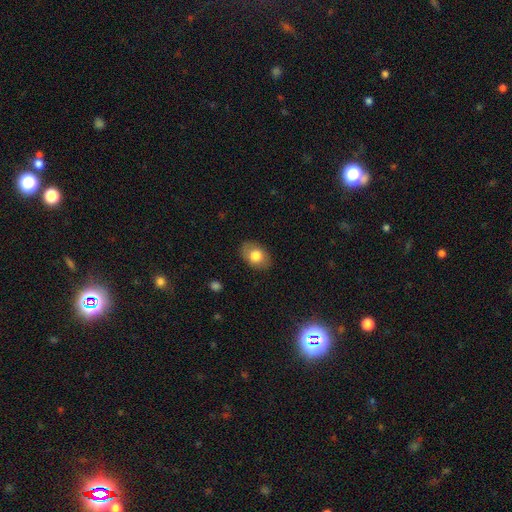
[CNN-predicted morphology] smooth 76%, featured or disk 16%, star or artifact 7%. Down the decision tree: how rounded — in between (80%); merging — none (84%).